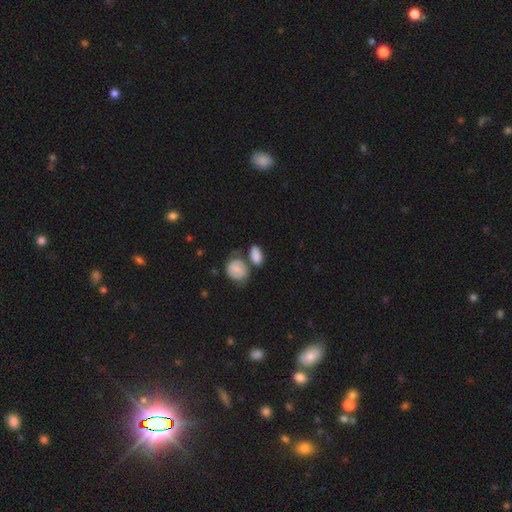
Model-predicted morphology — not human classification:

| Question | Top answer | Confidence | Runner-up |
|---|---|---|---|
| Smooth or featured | smooth | 79% | featured or disk (13%) |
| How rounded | in between | 79% | round (18%) |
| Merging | none | 48% | merger (29%) |